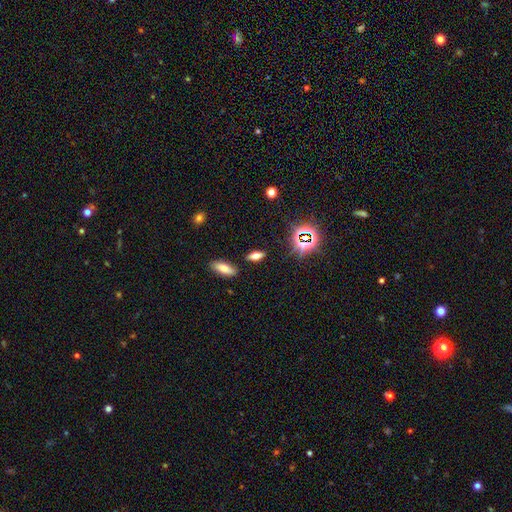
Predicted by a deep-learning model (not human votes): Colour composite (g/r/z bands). It shows a smooth galaxy with no disk features (59%) that is in between round and cigar-shaped (69%). Merging: none (84%).